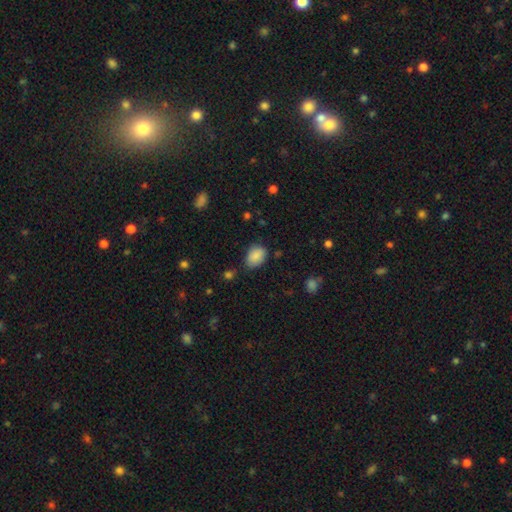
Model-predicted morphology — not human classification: smooth-or-featured: smooth: 87% | star or artifact: 8% | featured or disk: 5%
  how-rounded: in between: 77% | round: 22% | cigar-shaped: 1%
  merging: none: 72% | minor disturbance: 22% | major disturbance: 4% | merger: 2%